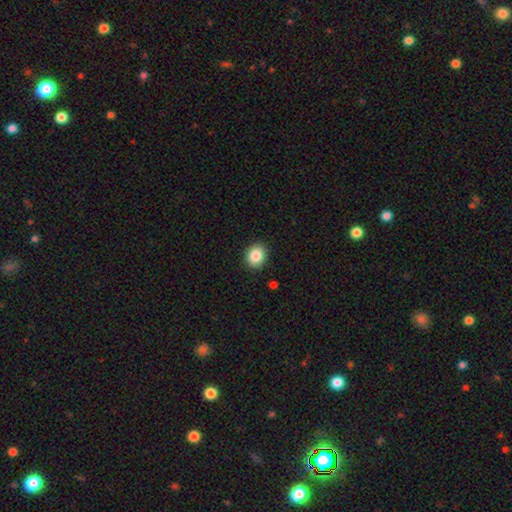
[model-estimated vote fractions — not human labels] Smooth or featured? Predicted: smooth (p=0.86). How rounded? Predicted: round (p=0.63). Merging? Predicted: none (p=0.90).